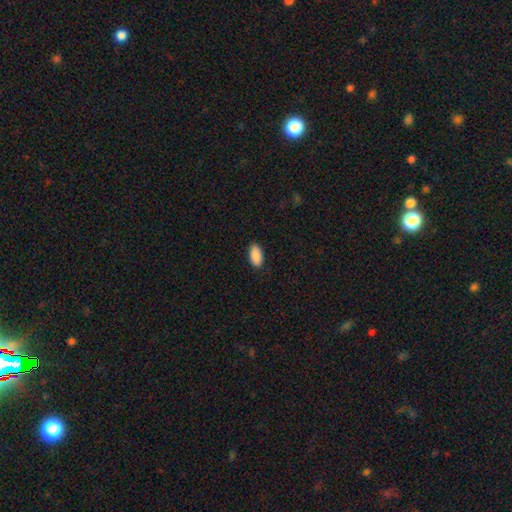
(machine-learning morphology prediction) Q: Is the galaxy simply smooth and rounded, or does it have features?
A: smooth — 91%.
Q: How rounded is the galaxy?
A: in between — 94%.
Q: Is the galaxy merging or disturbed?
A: none — 87%.